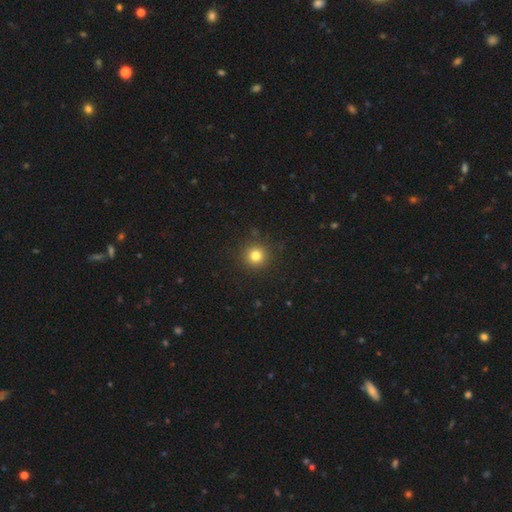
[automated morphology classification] smooth 80%, star or artifact 14%, featured or disk 6%. Down the decision tree: how rounded — round (95%); merging — none (91%).